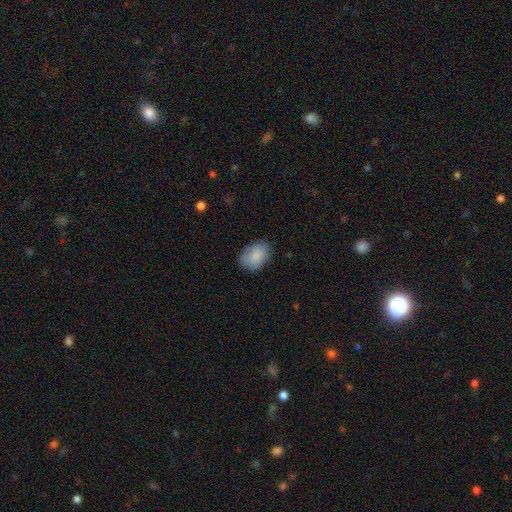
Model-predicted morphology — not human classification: smooth 86%, featured or disk 7%, star or artifact 7%. Down the decision tree: how rounded — in between (81%); merging — none (79%).